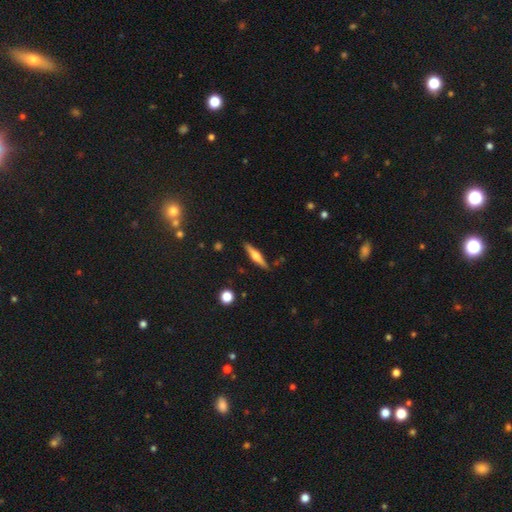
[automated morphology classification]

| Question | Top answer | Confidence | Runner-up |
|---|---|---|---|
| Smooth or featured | featured or disk | 62% | smooth (32%) |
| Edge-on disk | yes | 97% | no (3%) |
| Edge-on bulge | rounded | 89% | boxy (8%) |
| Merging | none | 88% | minor disturbance (8%) |